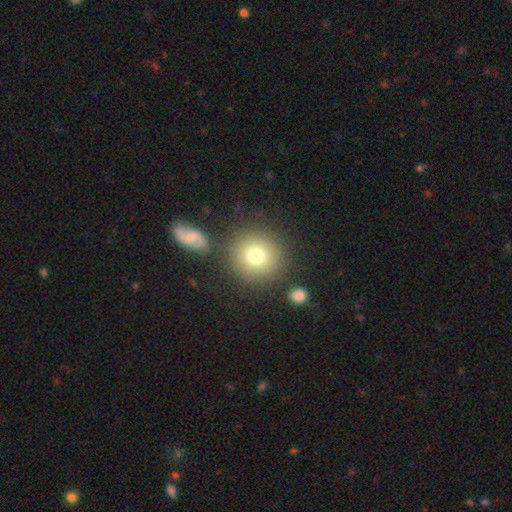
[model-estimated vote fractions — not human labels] Smooth or featured?
  - smooth: 78% *
  - featured or disk: 11%
  - star or artifact: 11%
How rounded?
  - round: 92% *
  - in between: 7%
  - cigar-shaped: 1%
Merging?
  - none: 81% *
  - minor disturbance: 9%
  - merger: 6%
  - major disturbance: 4%